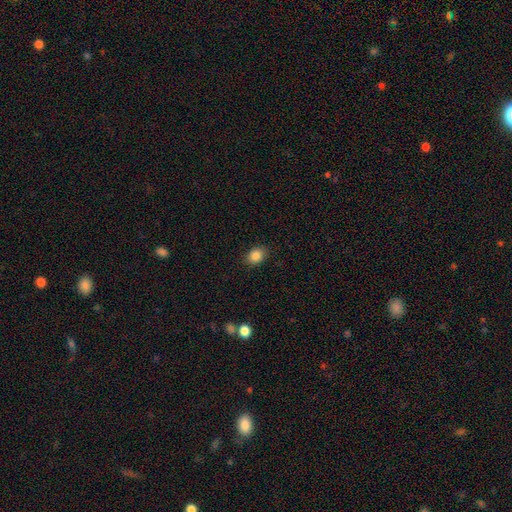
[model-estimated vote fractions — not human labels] Q: Smooth or featured?
A: smooth (86%); runner-up: star or artifact (10%)
Q: How rounded?
A: in between (58%); runner-up: round (41%)
Q: Merging?
A: none (87%); runner-up: minor disturbance (9%)